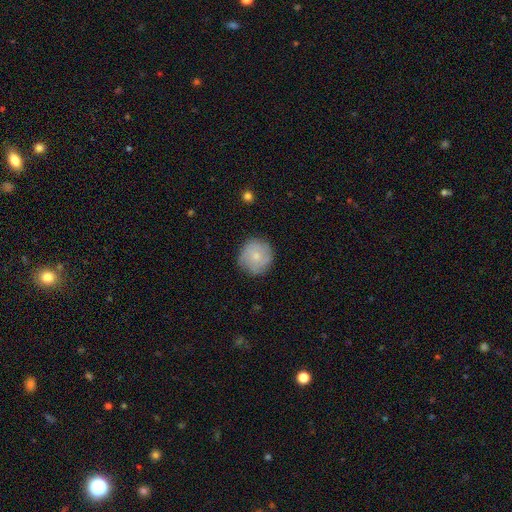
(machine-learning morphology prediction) Smooth or featured? Predicted: smooth (p=0.69). How rounded? Predicted: round (p=0.93). Merging? Predicted: none (p=0.82).